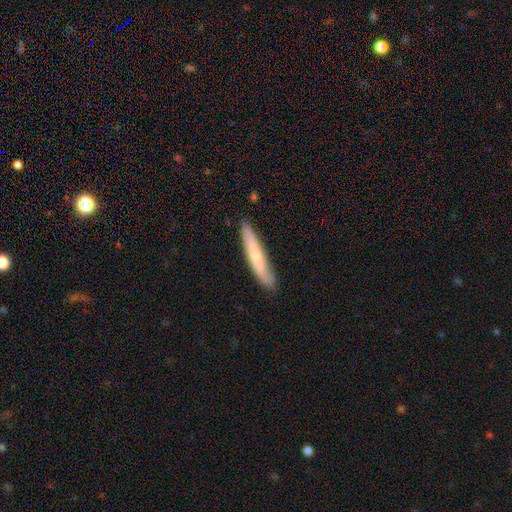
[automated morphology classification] smooth-or-featured: smooth: 59% | featured or disk: 35% | star or artifact: 6%
  how-rounded: cigar-shaped: 92% | in between: 7% | round: 1%
  merging: none: 82% | minor disturbance: 14% | major disturbance: 2% | merger: 1%